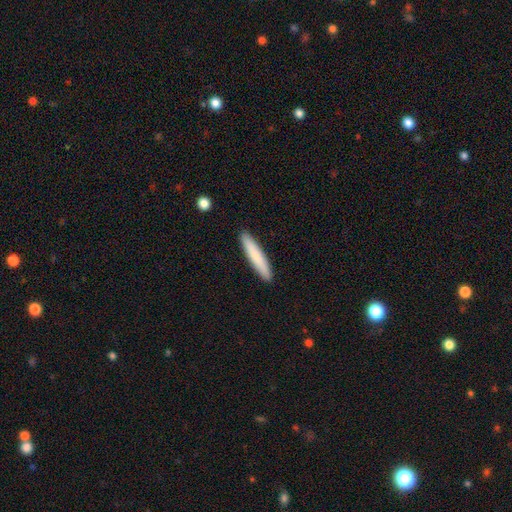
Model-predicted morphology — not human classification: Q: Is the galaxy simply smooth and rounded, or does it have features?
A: smooth — 82%.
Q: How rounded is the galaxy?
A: cigar-shaped — 92%.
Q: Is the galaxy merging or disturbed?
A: none — 92%.